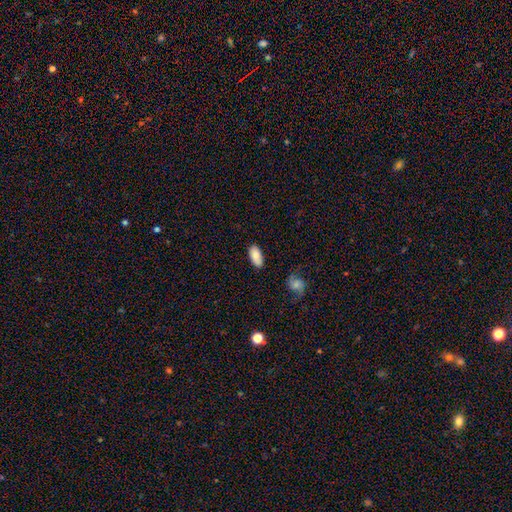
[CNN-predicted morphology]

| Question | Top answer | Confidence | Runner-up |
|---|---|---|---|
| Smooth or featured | smooth | 84% | featured or disk (10%) |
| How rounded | in between | 93% | cigar-shaped (5%) |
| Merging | none | 81% | minor disturbance (14%) |